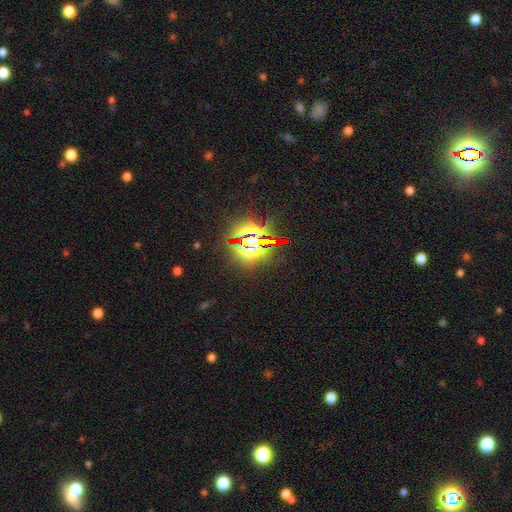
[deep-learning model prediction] This appears to be a star or artifact, not a galaxy (82%).